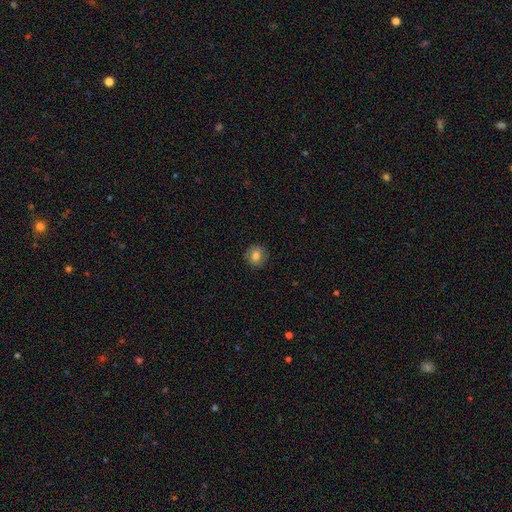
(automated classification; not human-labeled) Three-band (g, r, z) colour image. It shows a smooth galaxy with no disk features (79%) that is round (77%). Merging: none (86%).